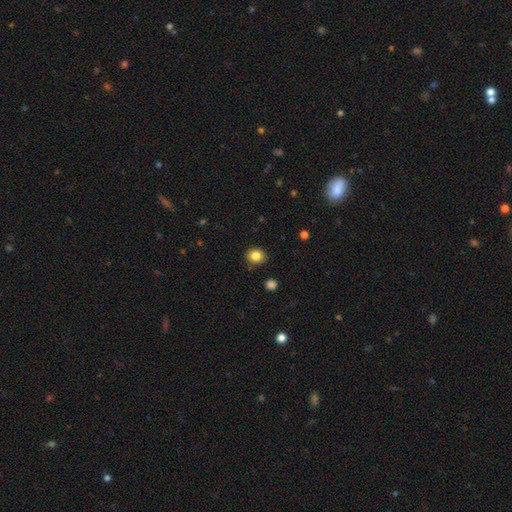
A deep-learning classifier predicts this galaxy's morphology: Q: Smooth or featured?
A: smooth (83%); runner-up: star or artifact (10%)
Q: How rounded?
A: round (69%); runner-up: in between (31%)
Q: Merging?
A: none (88%); runner-up: minor disturbance (8%)